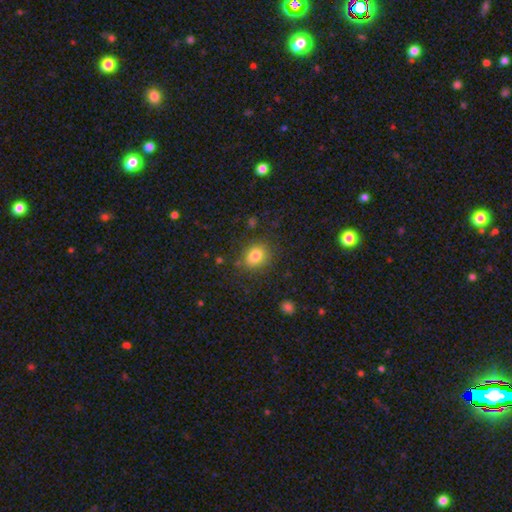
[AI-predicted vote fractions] Smooth or featured: smooth — 82% (star or artifact — 11%)
How rounded: round — 58% (in between — 41%)
Merging: none — 82% (minor disturbance — 13%)